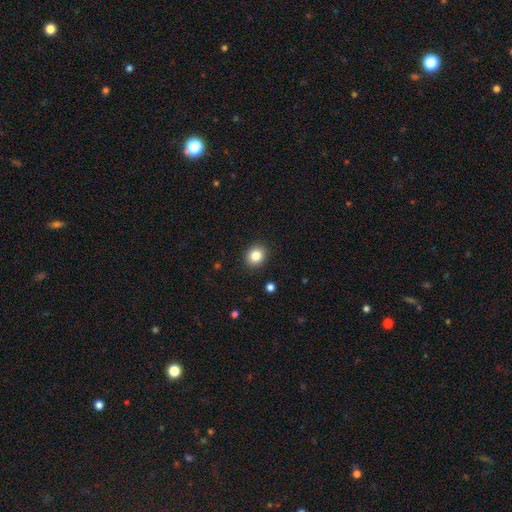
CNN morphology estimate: Overall: smooth (84%). How rounded: round (73%). Merging: none (91%).